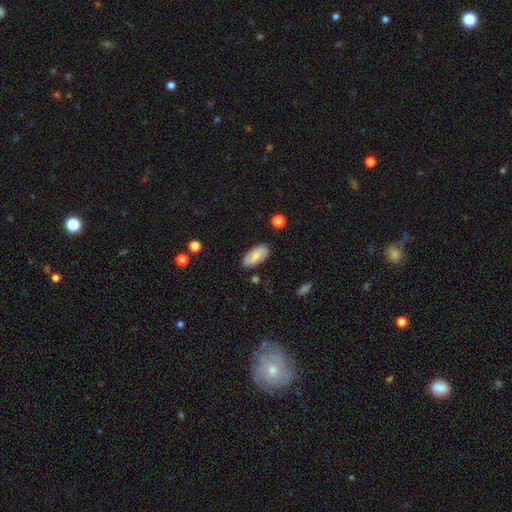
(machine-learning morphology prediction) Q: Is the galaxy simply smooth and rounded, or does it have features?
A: smooth — 67%.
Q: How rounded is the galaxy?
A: in between — 92%.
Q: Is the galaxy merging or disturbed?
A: none — 85%.